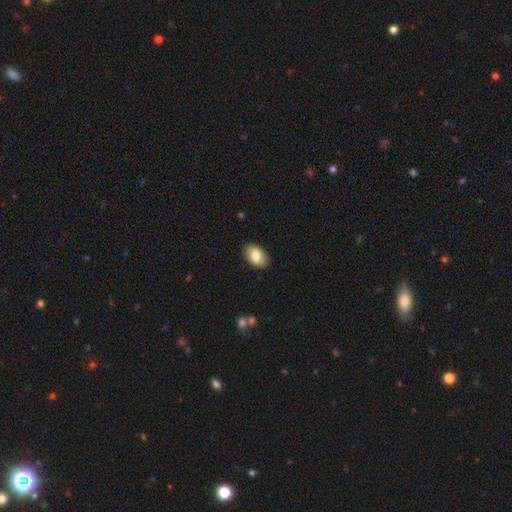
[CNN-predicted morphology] Smooth or featured? Predicted: smooth (p=0.79). How rounded? Predicted: in between (p=0.91). Merging? Predicted: none (p=0.88).